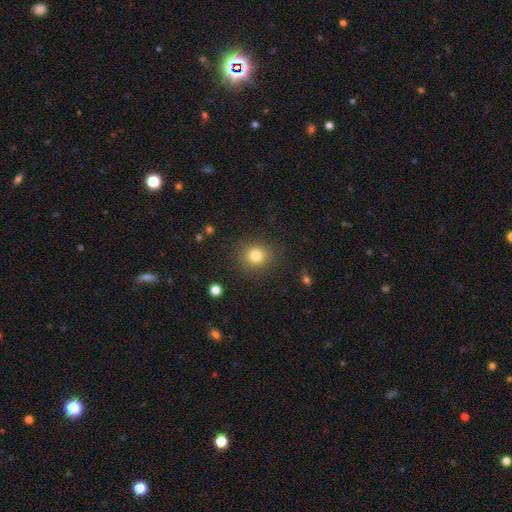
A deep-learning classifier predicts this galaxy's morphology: type=smooth (80%); roundness=round (84%); merging=none (87%).